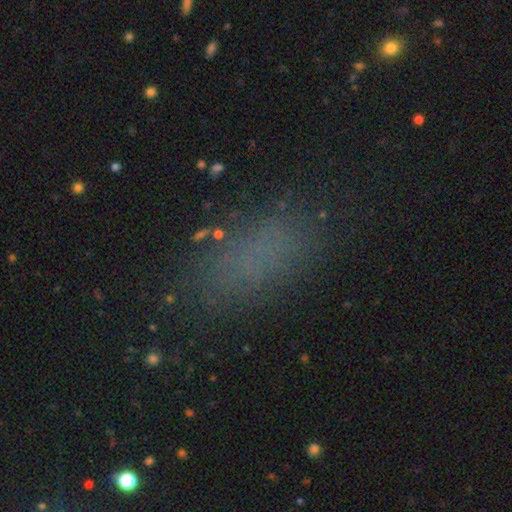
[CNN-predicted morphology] Smooth or featured? Predicted: smooth (p=0.60). How rounded? Predicted: in between (p=0.80). Merging? Predicted: none (p=0.77).